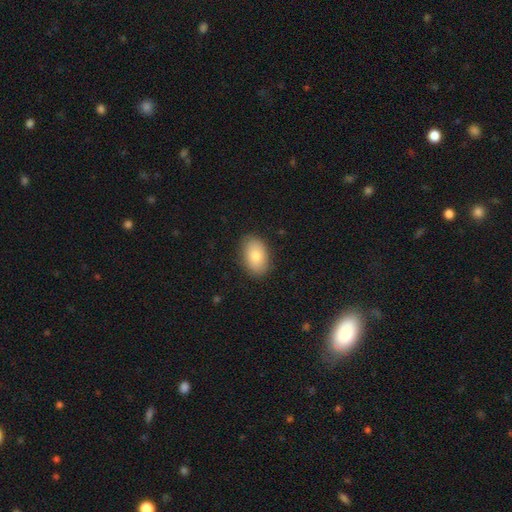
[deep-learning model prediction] Smooth or featured: smooth — 80% (featured or disk — 13%)
How rounded: in between — 89% (round — 10%)
Merging: none — 86% (minor disturbance — 10%)